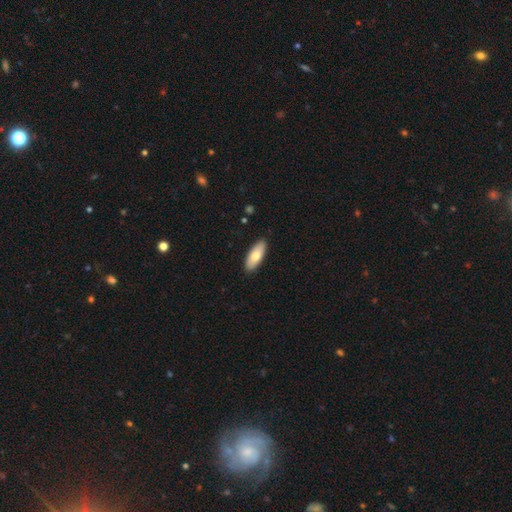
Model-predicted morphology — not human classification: A smooth galaxy with no disk features (75%) that is in between round and cigar-shaped (78%). Merging: none (90%).